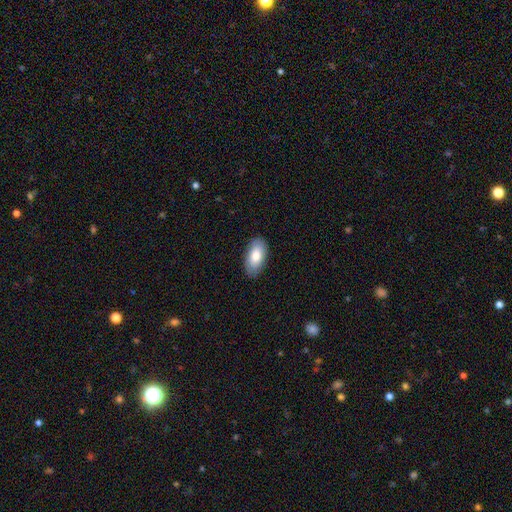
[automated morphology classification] Q: Smooth or featured?
A: smooth (81%); runner-up: featured or disk (13%)
Q: How rounded?
A: in between (94%); runner-up: cigar-shaped (3%)
Q: Merging?
A: none (86%); runner-up: minor disturbance (11%)